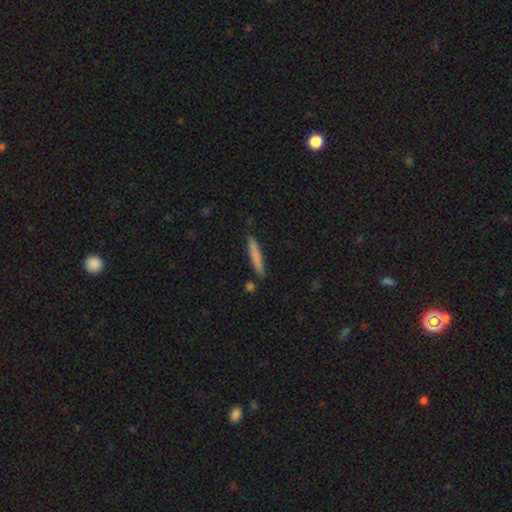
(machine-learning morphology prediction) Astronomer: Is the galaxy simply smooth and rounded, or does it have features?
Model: smooth — 77%.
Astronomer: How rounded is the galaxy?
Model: cigar-shaped — 94%.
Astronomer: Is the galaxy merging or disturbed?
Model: none — 86%.